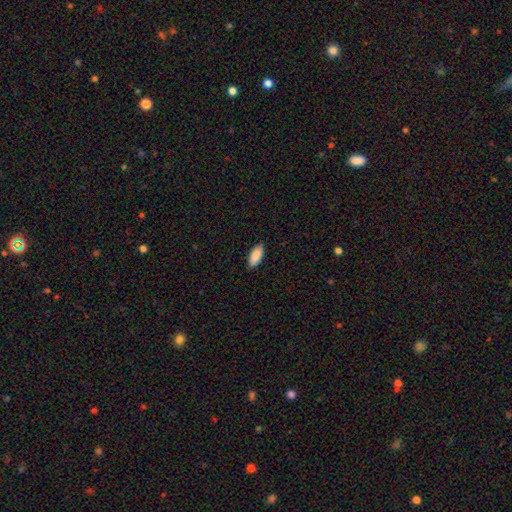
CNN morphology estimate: smooth 90%, star or artifact 6%, featured or disk 4%. Down the decision tree: how rounded — in between (88%); merging — none (88%).